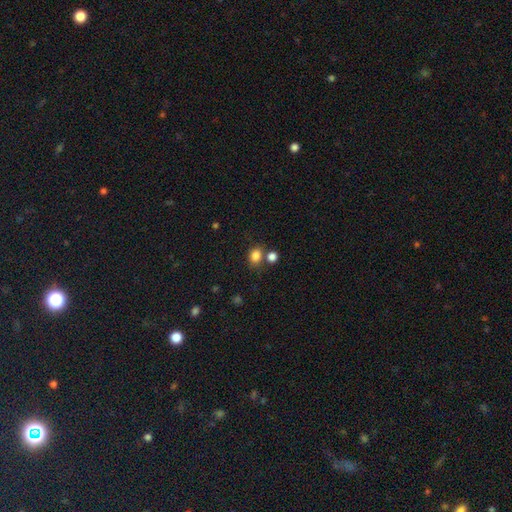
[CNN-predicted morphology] Smooth or featured? Predicted: smooth (p=0.83). How rounded? Predicted: round (p=0.51). Merging? Predicted: none (p=0.64).